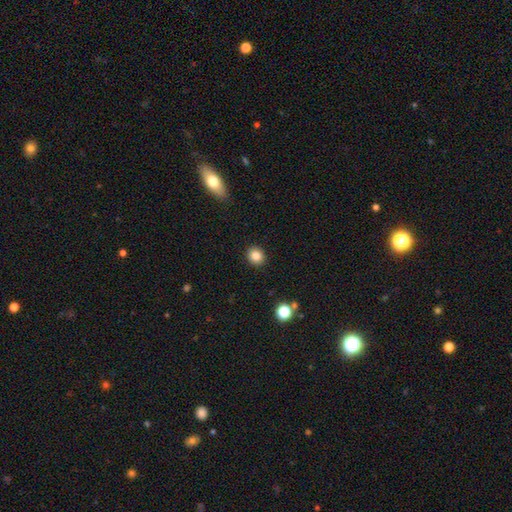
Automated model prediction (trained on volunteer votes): Overall: smooth (85%). How rounded: round (76%). Merging: none (91%).